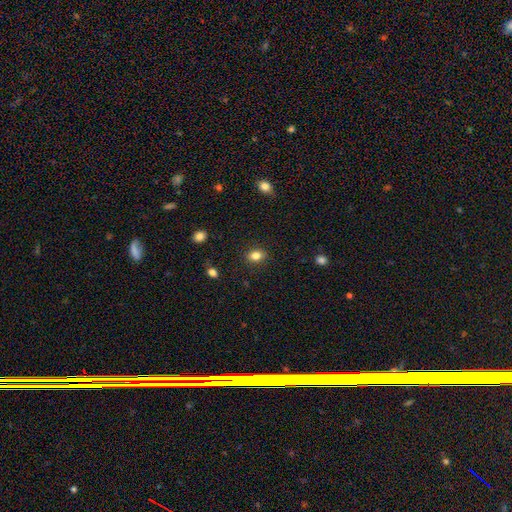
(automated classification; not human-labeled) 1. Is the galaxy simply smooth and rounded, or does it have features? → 83% smooth, 10% star or artifact, 7% featured or disk.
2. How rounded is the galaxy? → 65% in between, 33% round, 2% cigar-shaped.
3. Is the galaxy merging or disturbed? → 87% none, 9% minor disturbance, 2% major disturbance, 1% merger.